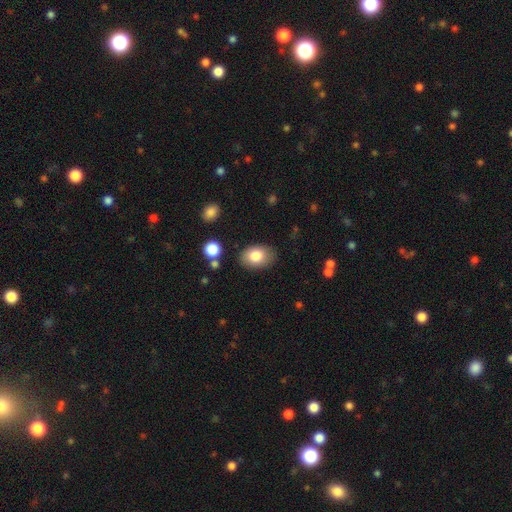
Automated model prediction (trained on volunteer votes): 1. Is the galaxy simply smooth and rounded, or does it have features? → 82% smooth, 11% featured or disk, 8% star or artifact.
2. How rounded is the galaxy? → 80% in between, 19% round, 1% cigar-shaped.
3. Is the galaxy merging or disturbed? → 83% none, 12% minor disturbance, 3% major disturbance, 2% merger.